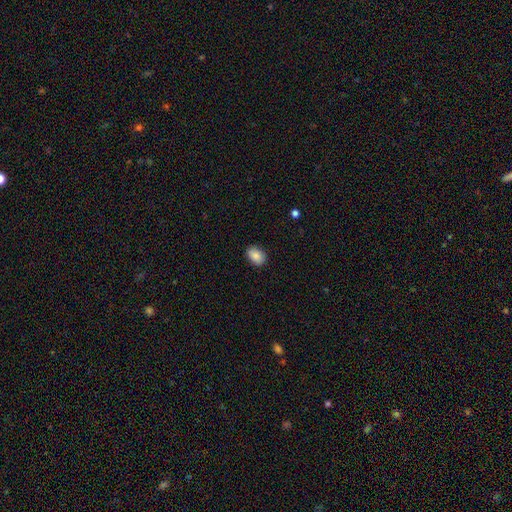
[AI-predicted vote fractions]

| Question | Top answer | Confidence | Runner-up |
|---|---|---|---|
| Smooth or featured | smooth | 86% | star or artifact (8%) |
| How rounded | in between | 77% | round (22%) |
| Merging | none | 86% | minor disturbance (11%) |